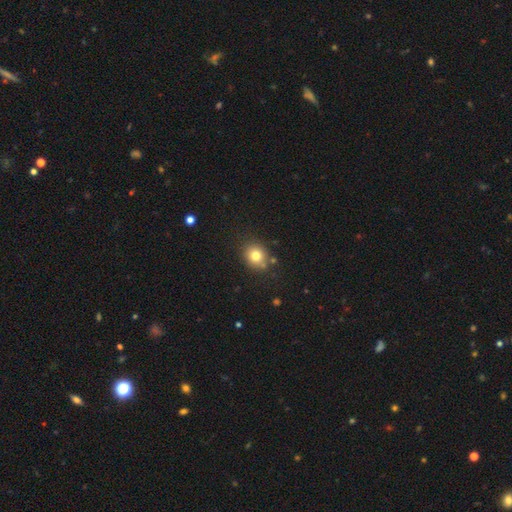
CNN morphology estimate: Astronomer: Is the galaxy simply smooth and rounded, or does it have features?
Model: smooth — 77%.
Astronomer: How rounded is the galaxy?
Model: round — 77%.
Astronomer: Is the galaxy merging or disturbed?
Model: none — 78%.